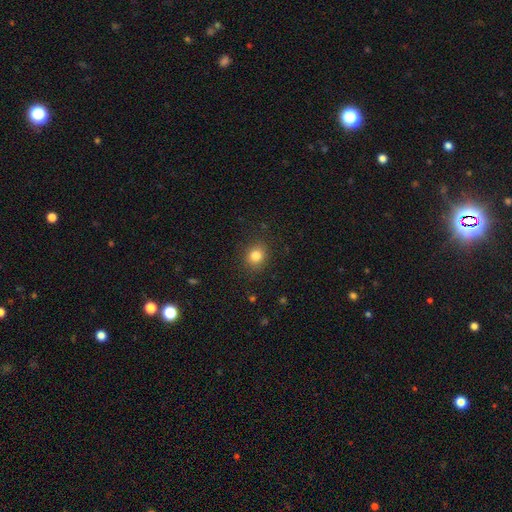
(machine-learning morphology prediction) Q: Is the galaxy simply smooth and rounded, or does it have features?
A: smooth — 82%.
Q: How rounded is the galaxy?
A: round — 74%.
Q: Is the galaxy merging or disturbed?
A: none — 88%.